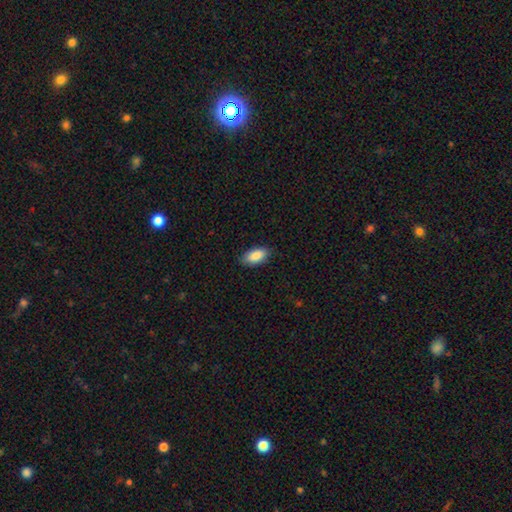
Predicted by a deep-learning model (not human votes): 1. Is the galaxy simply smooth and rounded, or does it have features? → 89% smooth, 6% star or artifact, 5% featured or disk.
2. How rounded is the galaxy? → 93% in between, 5% cigar-shaped, 2% round.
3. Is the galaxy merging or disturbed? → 86% none, 11% minor disturbance, 2% major disturbance, 1% merger.